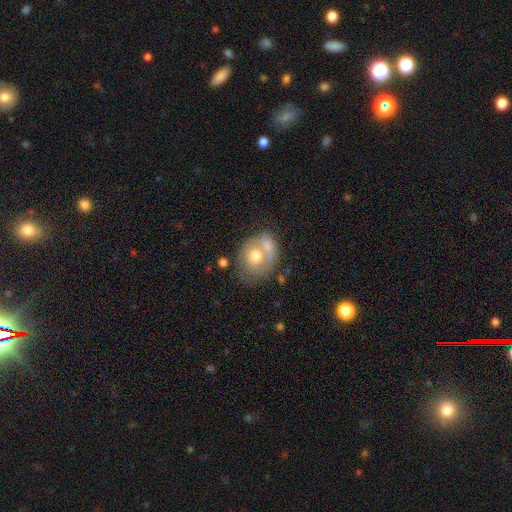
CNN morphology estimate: smooth-or-featured: smooth: 59% | featured or disk: 35% | star or artifact: 7%
  how-rounded: round: 51% | in between: 48% | cigar-shaped: 1%
  merging: merger: 45% | none: 30% | minor disturbance: 15% | major disturbance: 9%